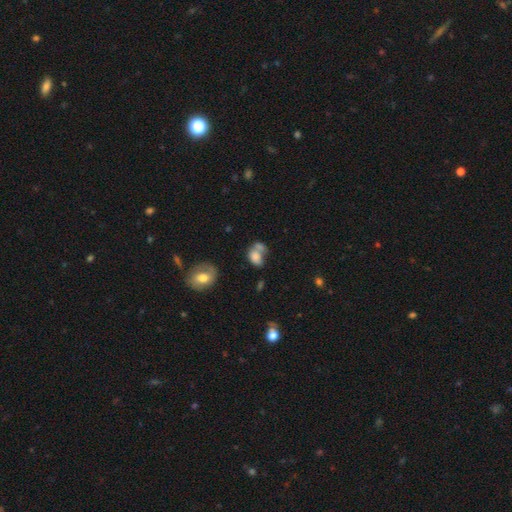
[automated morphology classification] Smooth or featured: smooth — 73% (featured or disk — 16%)
How rounded: in between — 78% (round — 21%)
Merging: merger — 47% (none — 26%)